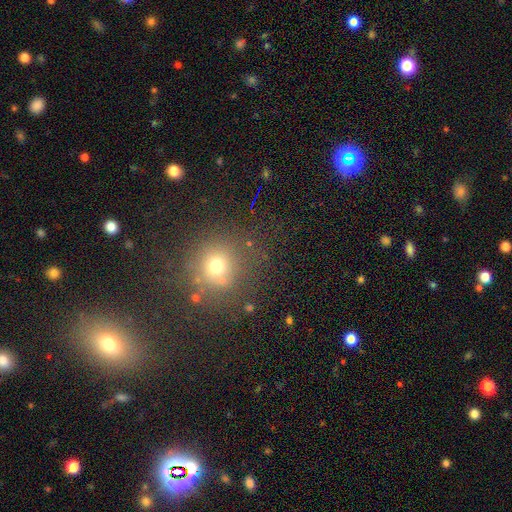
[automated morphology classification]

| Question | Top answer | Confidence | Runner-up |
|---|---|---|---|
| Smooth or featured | smooth | 51% | star or artifact (39%) |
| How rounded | round | 88% | in between (11%) |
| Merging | none | 82% | minor disturbance (9%) |